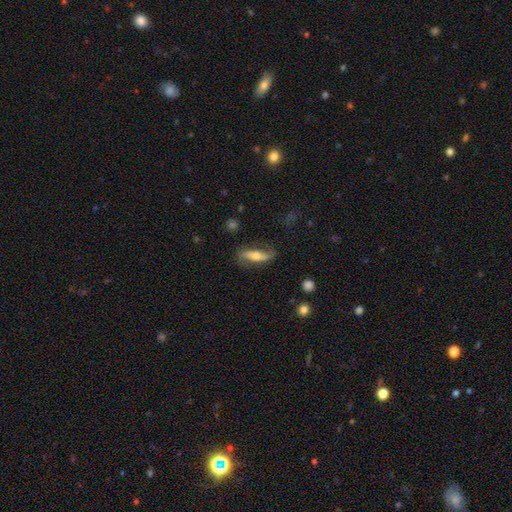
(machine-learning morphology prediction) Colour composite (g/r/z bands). It shows a featured or disk galaxy (54%). Merging: none (72%).